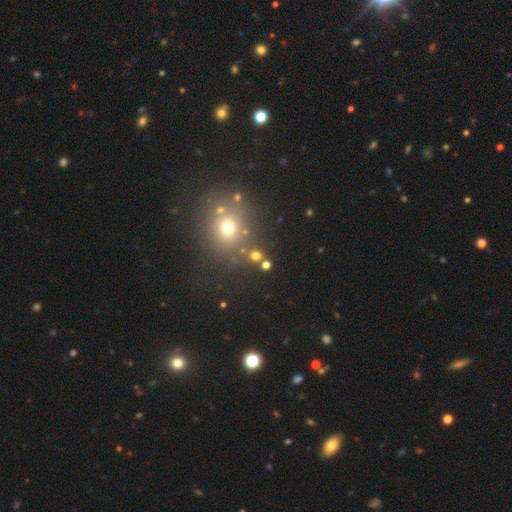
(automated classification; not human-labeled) Morphology: type=smooth (63%); roundness=round (85%); merging=none (76%).